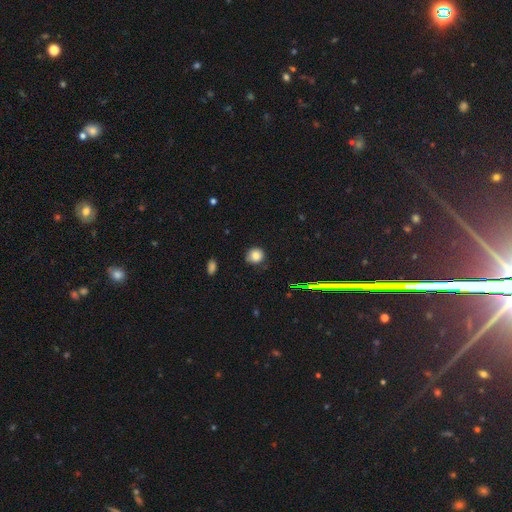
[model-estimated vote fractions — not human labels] smooth_or_featured: smooth (p=0.80) [alt: star or artifact p=0.13]
how_rounded: round (p=0.87) [alt: in between p=0.12]
merging: none (p=0.81) [alt: minor disturbance p=0.15]